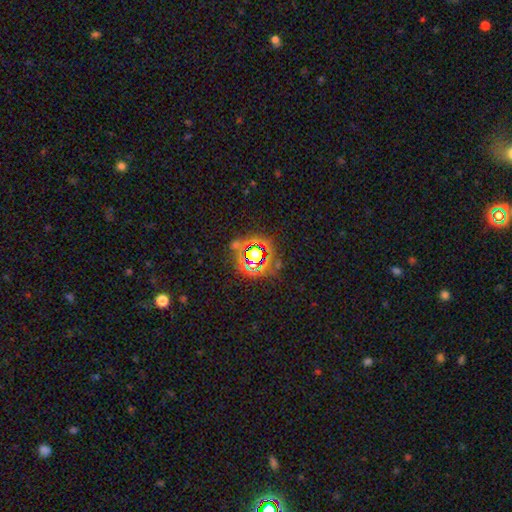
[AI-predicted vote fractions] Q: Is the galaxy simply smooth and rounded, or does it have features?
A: star or artifact — 65%.